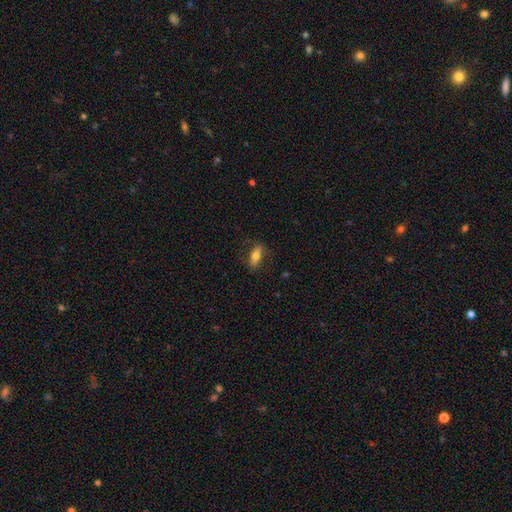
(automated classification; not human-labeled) Overall: smooth (67%). How rounded: in between (68%; cigar-shaped 28%). Merging: none (78%).